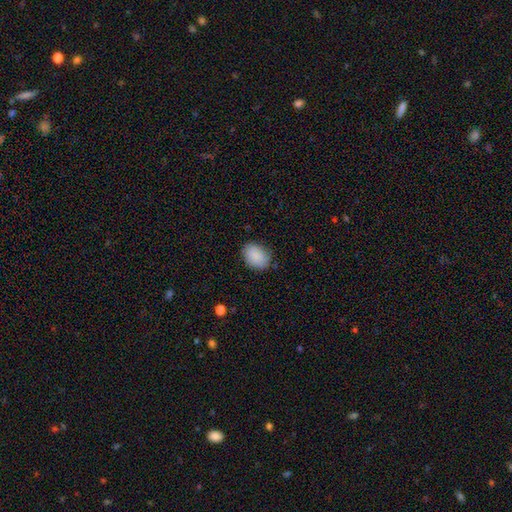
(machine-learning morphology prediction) Smooth or featured? smooth (88%)
How rounded? in between (77%)
Merging? none (81%)